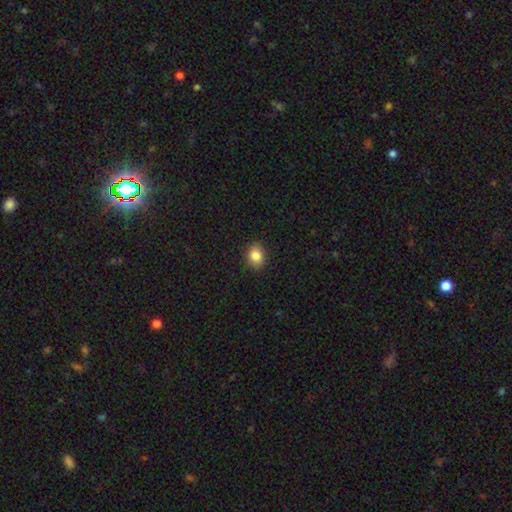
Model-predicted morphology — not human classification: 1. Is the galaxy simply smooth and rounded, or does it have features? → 85% smooth, 9% star or artifact, 6% featured or disk.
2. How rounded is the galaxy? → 56% in between, 43% round, 1% cigar-shaped.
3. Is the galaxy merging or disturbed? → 89% none, 8% minor disturbance, 2% major disturbance, 1% merger.